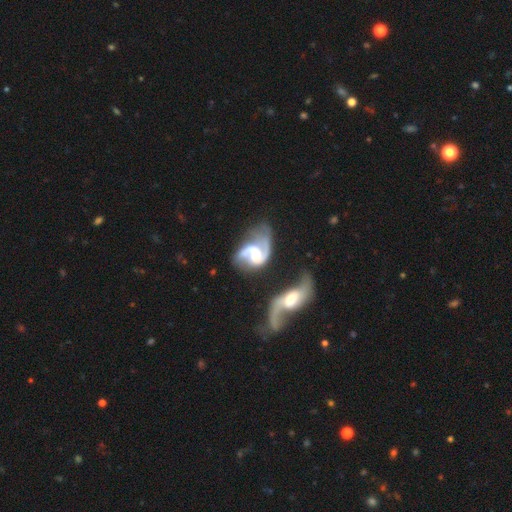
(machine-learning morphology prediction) Smooth or featured?
  - featured or disk: 89% *
  - smooth: 6%
  - star or artifact: 4%
Edge-on disk?
  - no: 98% *
  - yes: 2%
Bar?
  - weak: 45% *
  - no: 41%
  - strong: 14%
Spiral arms?
  - yes: 96% *
  - no: 4%
Spiral winding?
  - medium: 47% *
  - loose: 41%
  - tight: 12%
Spiral arm count?
  - 2: 86% *
  - 1: 6%
  - can't tell: 4%
  - 3: 3%
  - 4: 1%
  - more than 4: 1%
Bulge size?
  - moderate: 44% *
  - small: 28%
  - large: 14%
  - none: 12%
  - dominant: 2%
Merging?
  - none: 35% *
  - merger: 28%
  - major disturbance: 19%
  - minor disturbance: 17%